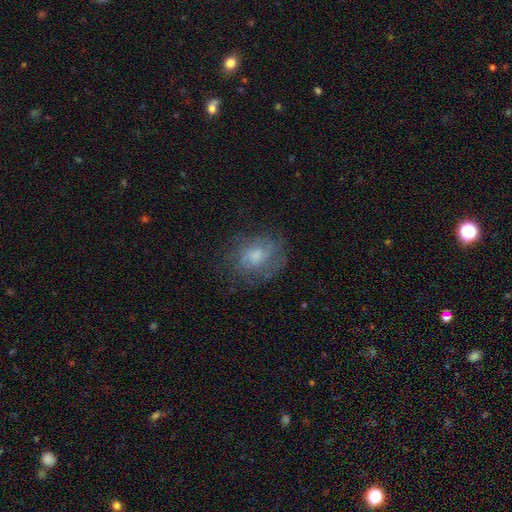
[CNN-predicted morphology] Overall: featured or disk (45%, tied with smooth). Merging: none (64%).